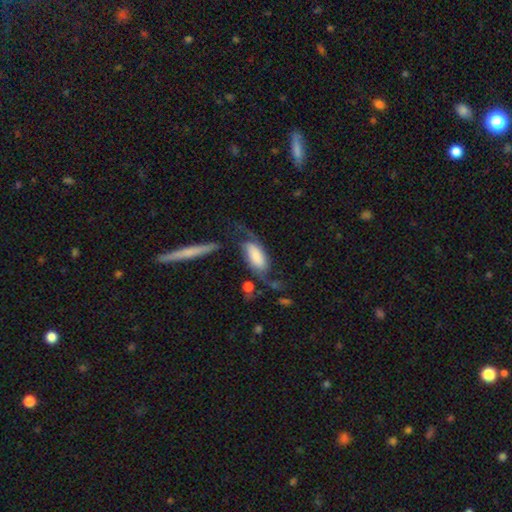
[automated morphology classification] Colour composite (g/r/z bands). It shows a featured or disk galaxy (61%) with no bar (50%), 2 (90%) loose (67%) spiral arms (92%) and a large central bulge (28%). Merging: none (47%).